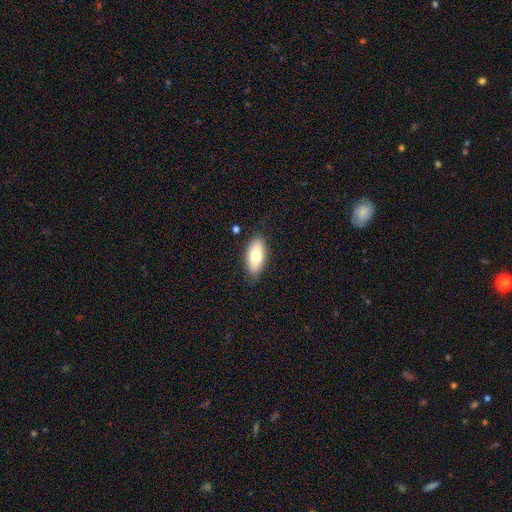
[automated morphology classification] Smooth or featured?
  - smooth: 74% *
  - featured or disk: 19%
  - star or artifact: 7%
How rounded?
  - in between: 88% *
  - cigar-shaped: 9%
  - round: 3%
Merging?
  - none: 84% *
  - minor disturbance: 12%
  - major disturbance: 3%
  - merger: 1%